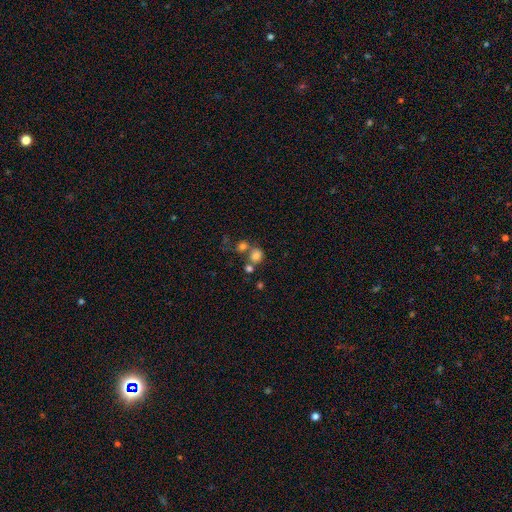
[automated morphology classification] Overall: smooth (77%). How rounded: round (78%). Merging: none (50%; merger 34%).